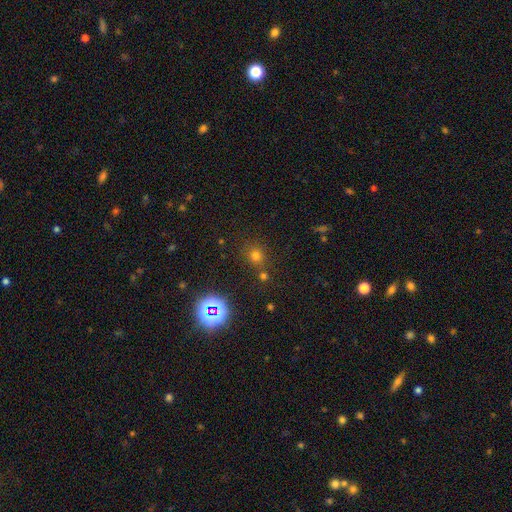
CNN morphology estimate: Smooth or featured?
  - smooth: 61% *
  - star or artifact: 32%
  - featured or disk: 7%
How rounded?
  - round: 87% *
  - in between: 12%
  - cigar-shaped: 1%
Merging?
  - none: 75% *
  - merger: 11%
  - minor disturbance: 9%
  - major disturbance: 4%